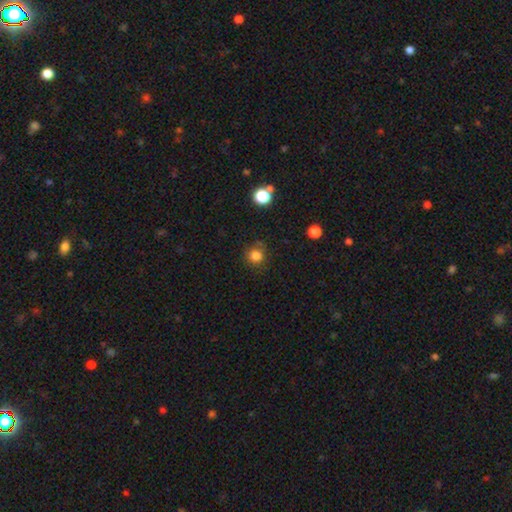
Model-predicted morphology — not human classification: A smooth galaxy with no disk features (83%) that is round (93%). Merging: none (83%).